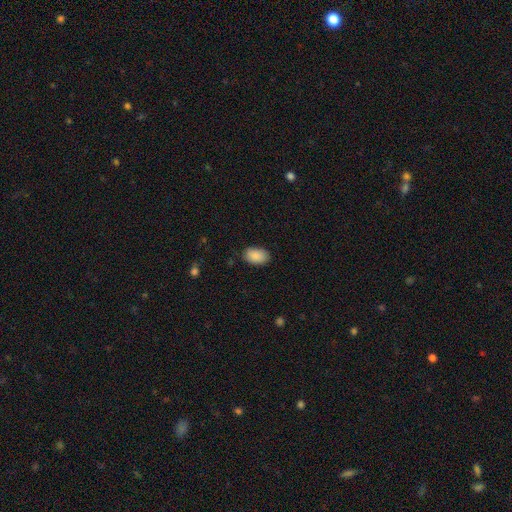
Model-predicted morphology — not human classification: A smooth galaxy with no disk features (89%) that is in between round and cigar-shaped (90%). Merging: none (84%).